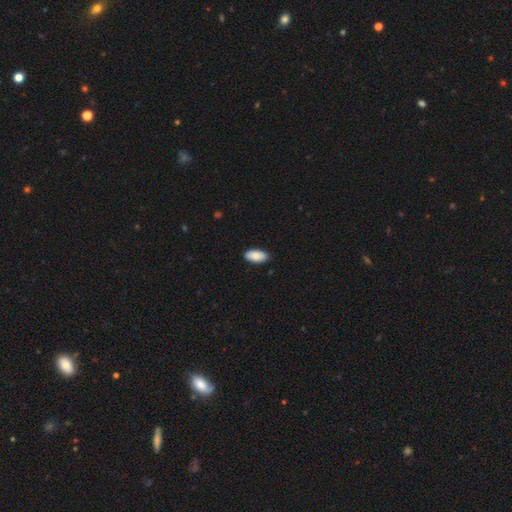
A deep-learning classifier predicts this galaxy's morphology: smooth_or_featured: smooth (p=0.82) [alt: featured or disk p=0.12]
how_rounded: in between (p=0.93) [alt: cigar-shaped p=0.04]
merging: none (p=0.88) [alt: minor disturbance p=0.10]